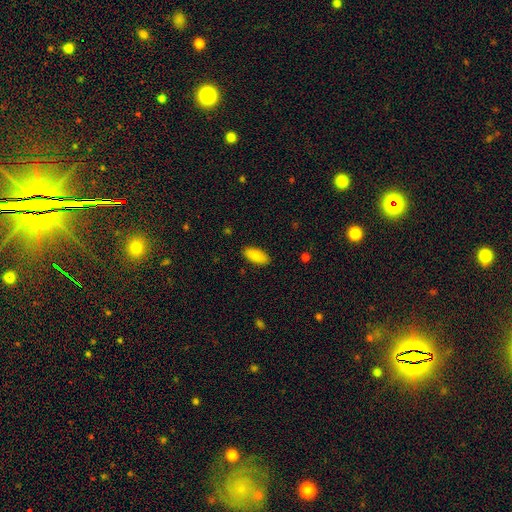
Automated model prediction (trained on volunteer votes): Smooth or featured: smooth — 88% (star or artifact — 6%)
How rounded: in between — 86% (cigar-shaped — 12%)
Merging: none — 88% (minor disturbance — 8%)